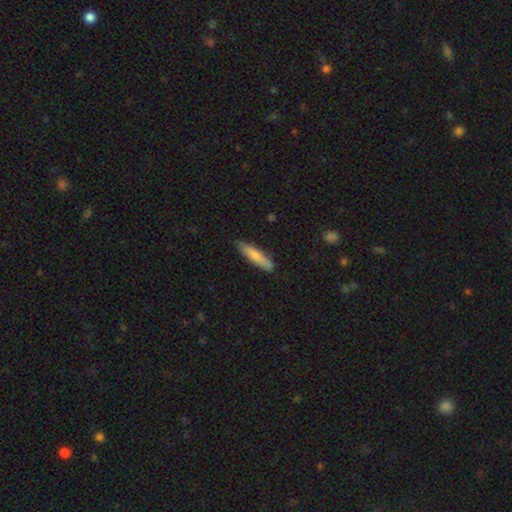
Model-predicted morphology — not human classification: type=smooth (76%); roundness=cigar-shaped (83%); merging=none (85%).